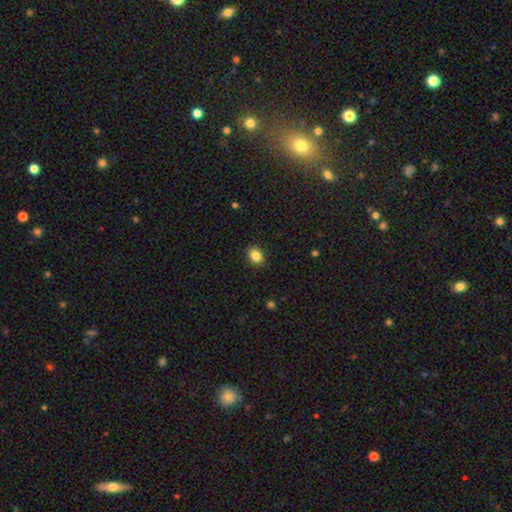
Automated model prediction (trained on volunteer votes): This appears to be a smooth galaxy with no disk features (86%) that is in between round and cigar-shaped (63%). Merging: none (88%).